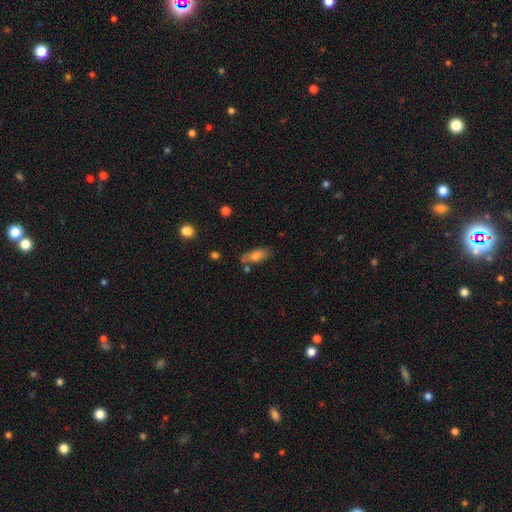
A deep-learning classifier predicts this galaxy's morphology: Q: Smooth or featured?
A: smooth (76%); runner-up: featured or disk (16%)
Q: How rounded?
A: in between (77%); runner-up: cigar-shaped (20%)
Q: Merging?
A: none (61%); runner-up: minor disturbance (21%)